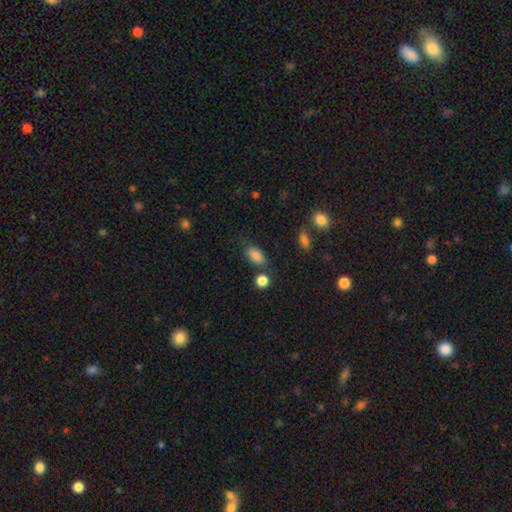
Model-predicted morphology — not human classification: smooth-or-featured: smooth: 86% | star or artifact: 9% | featured or disk: 5%
  how-rounded: in between: 88% | round: 9% | cigar-shaped: 3%
  merging: none: 70% | minor disturbance: 16% | merger: 9% | major disturbance: 5%